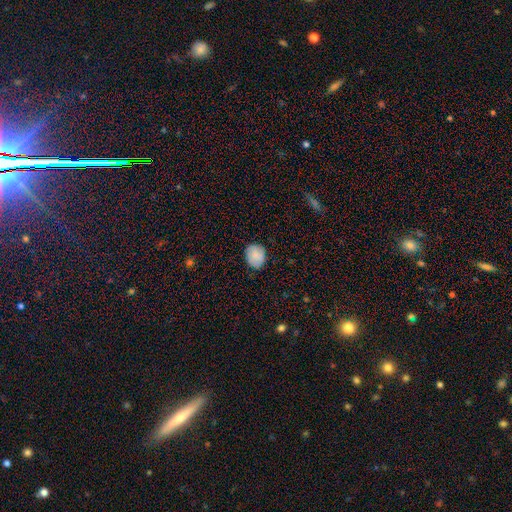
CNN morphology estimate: Overall: smooth (84%). How rounded: round (61%; in between 38%). Merging: none (80%).